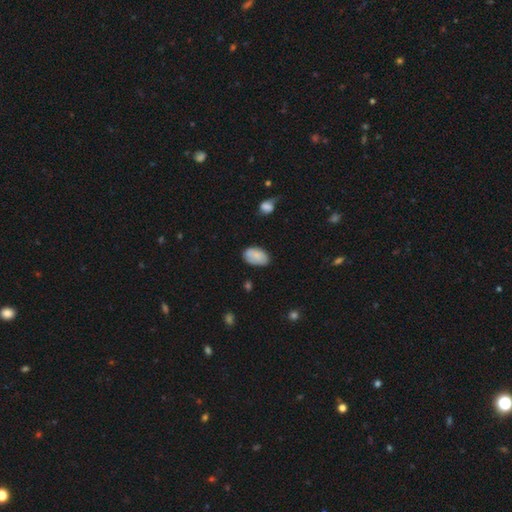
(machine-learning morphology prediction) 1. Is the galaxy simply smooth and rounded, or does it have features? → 82% smooth, 11% featured or disk, 7% star or artifact.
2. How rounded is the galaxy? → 93% in between, 6% round, 1% cigar-shaped.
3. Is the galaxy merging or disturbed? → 73% none, 20% minor disturbance, 4% major disturbance, 2% merger.